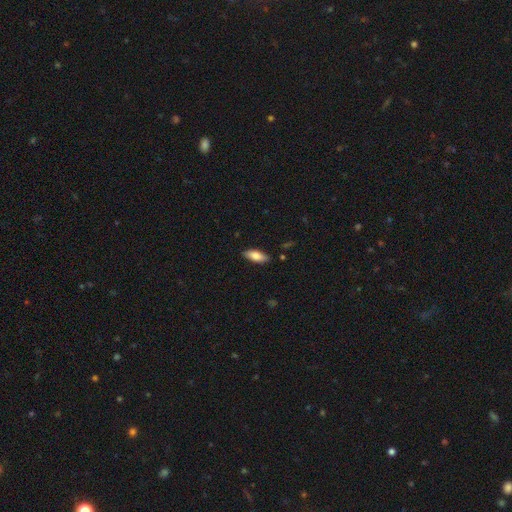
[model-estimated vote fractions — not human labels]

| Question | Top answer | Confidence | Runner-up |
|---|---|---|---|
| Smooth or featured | smooth | 77% | featured or disk (17%) |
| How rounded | in between | 78% | cigar-shaped (20%) |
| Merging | none | 86% | minor disturbance (10%) |